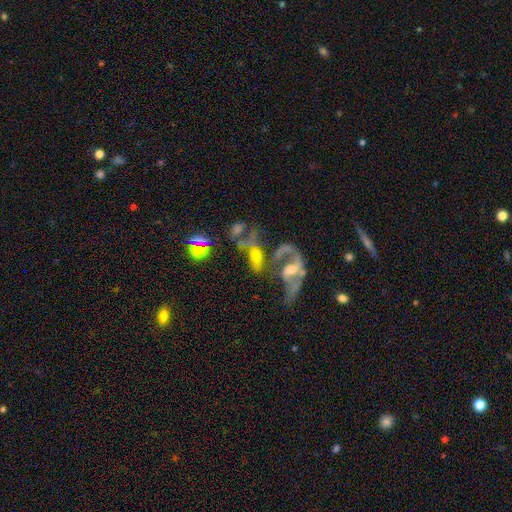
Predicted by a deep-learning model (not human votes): Smooth or featured: featured or disk — 55% (smooth — 31%)
Edge-on disk: no — 89% (yes — 11%)
Merging: merger — 47% (major disturbance — 21%)